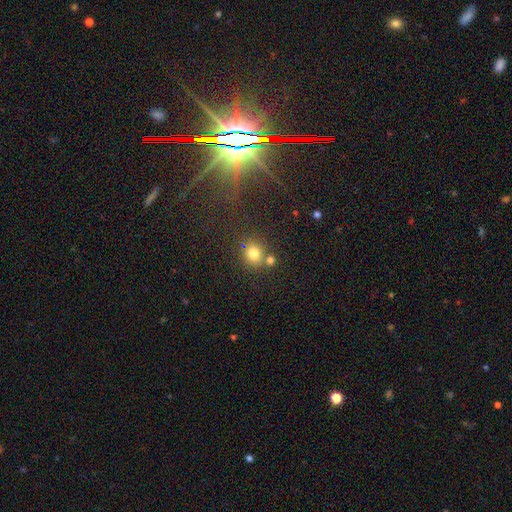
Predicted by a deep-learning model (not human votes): This appears to be a smooth galaxy with no disk features (70%) that is round (76%). Merging: none (69%).